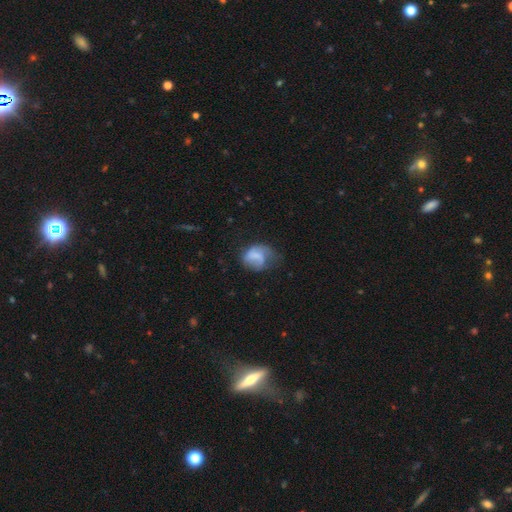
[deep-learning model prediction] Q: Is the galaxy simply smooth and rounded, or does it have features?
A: smooth — 60%.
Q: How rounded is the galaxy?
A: in between — 52%.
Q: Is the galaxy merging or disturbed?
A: major disturbance — 33%.